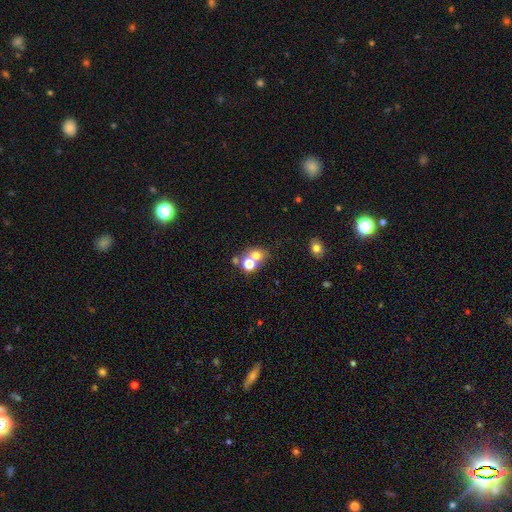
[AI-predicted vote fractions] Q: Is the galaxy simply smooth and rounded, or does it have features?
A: smooth — 68%.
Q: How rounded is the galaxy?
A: round — 67%.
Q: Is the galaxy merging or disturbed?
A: merger — 49%.